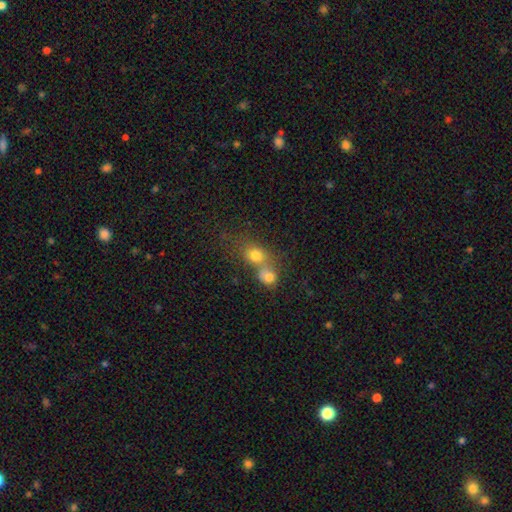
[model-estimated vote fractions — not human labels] Morphology: type=smooth (74%); roundness=round (70%); merging=merger (60%).